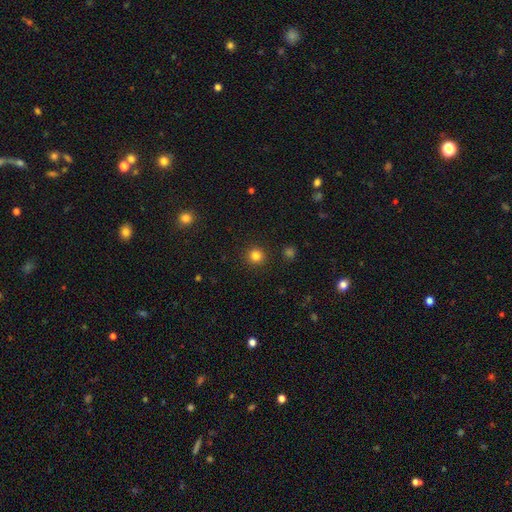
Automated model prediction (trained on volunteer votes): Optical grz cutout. It shows a smooth galaxy with no disk features (82%) that is round (94%). Merging: none (92%).